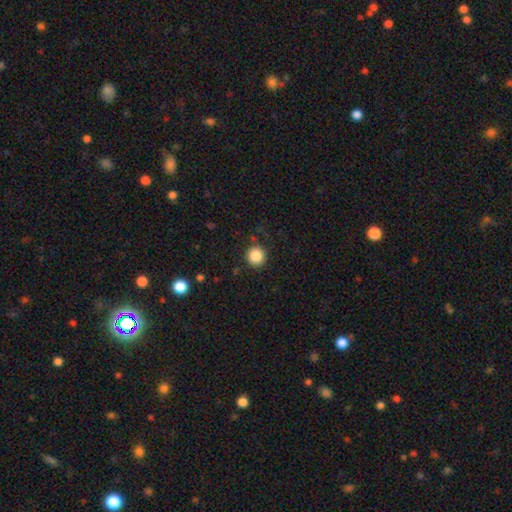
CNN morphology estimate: A smooth galaxy with no disk features (85%) that is round (94%). Merging: none (88%).